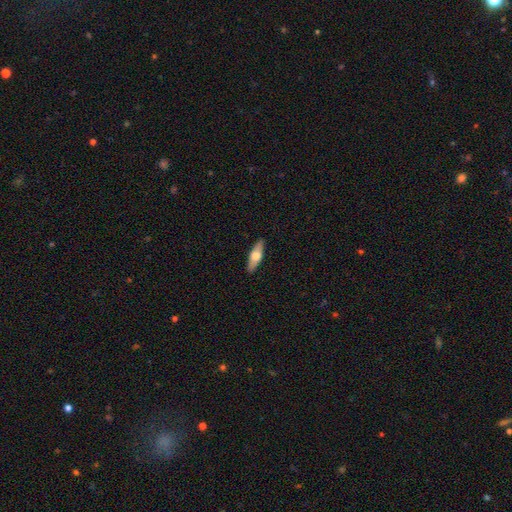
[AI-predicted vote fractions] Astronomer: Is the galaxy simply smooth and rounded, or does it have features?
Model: smooth — 52% (runner-up: featured or disk, 42%).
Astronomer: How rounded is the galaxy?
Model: cigar-shaped — 49% (runner-up: in between, 48%).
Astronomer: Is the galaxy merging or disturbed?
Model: none — 90%.